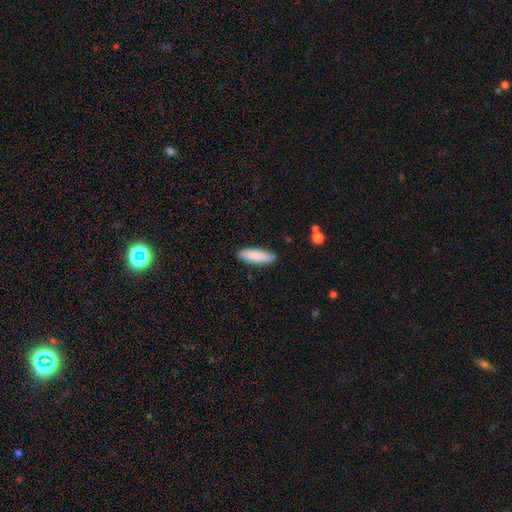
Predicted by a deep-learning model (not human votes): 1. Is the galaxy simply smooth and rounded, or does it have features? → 85% smooth, 9% featured or disk, 5% star or artifact.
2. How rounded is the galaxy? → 50% cigar-shaped, 49% in between, 2% round.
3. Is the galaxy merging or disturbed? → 89% none, 8% minor disturbance, 2% major disturbance, 1% merger.